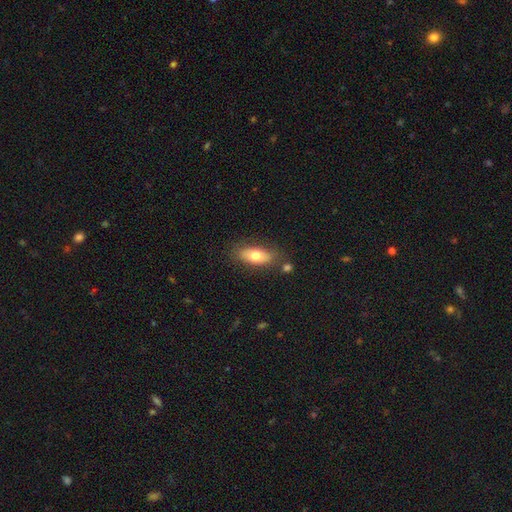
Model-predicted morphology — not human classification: Smooth or featured?
  - smooth: 72% *
  - featured or disk: 21%
  - star or artifact: 7%
How rounded?
  - in between: 79% *
  - cigar-shaped: 17%
  - round: 4%
Merging?
  - none: 76% *
  - minor disturbance: 15%
  - merger: 5%
  - major disturbance: 4%